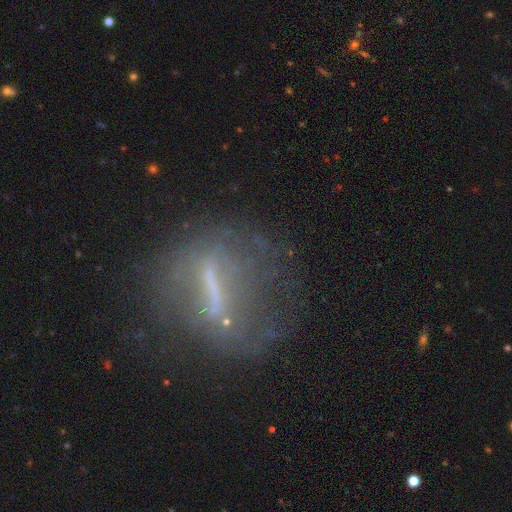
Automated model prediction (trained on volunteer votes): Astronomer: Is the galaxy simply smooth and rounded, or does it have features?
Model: featured or disk — 60%.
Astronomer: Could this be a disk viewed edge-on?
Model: no — 71%.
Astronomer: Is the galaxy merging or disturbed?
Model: none — 61%.